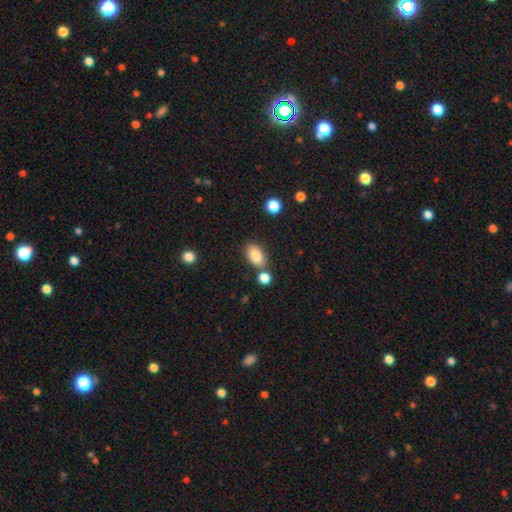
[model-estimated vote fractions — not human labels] smooth 84%, star or artifact 8%, featured or disk 8%. Down the decision tree: how rounded — in between (89%); merging — none (73%).